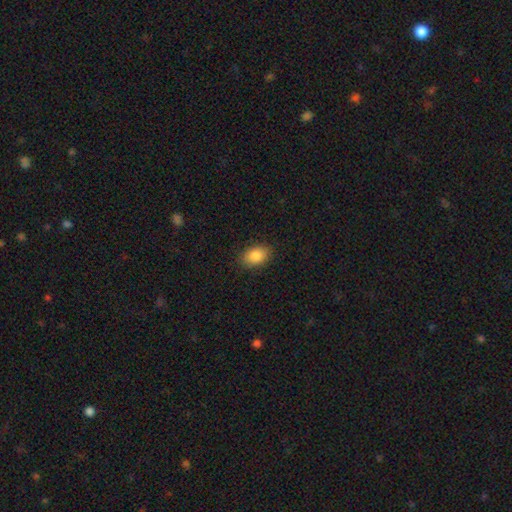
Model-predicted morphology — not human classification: This is clearly a smooth galaxy (87%). How rounded: clearly in between (84%). Merging: clearly none (87%).